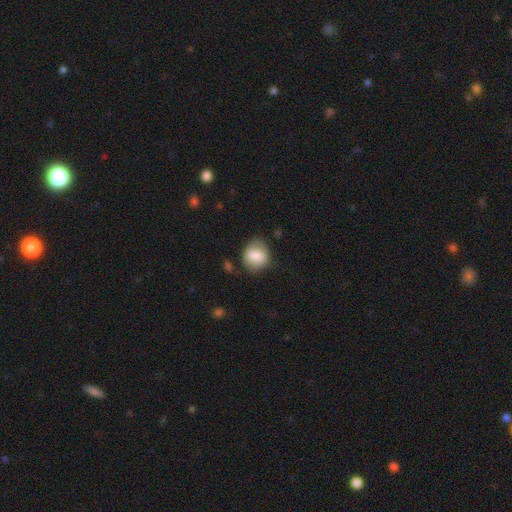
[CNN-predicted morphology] smooth_or_featured: smooth (p=0.82) [alt: featured or disk p=0.11]
how_rounded: round (p=0.68) [alt: in between p=0.31]
merging: none (p=0.71) [alt: minor disturbance p=0.21]